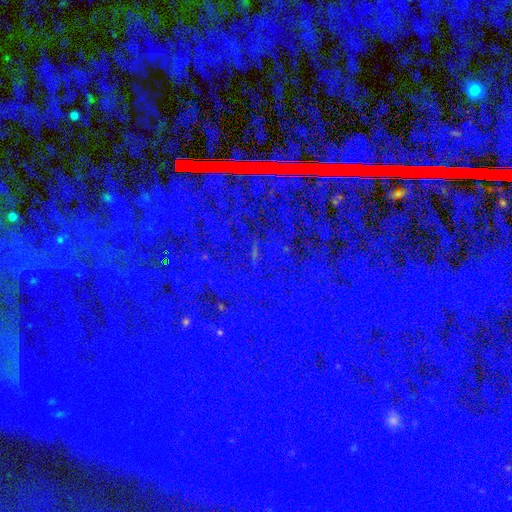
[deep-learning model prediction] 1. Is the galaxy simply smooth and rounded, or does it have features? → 86% star or artifact, 8% featured or disk, 6% smooth.